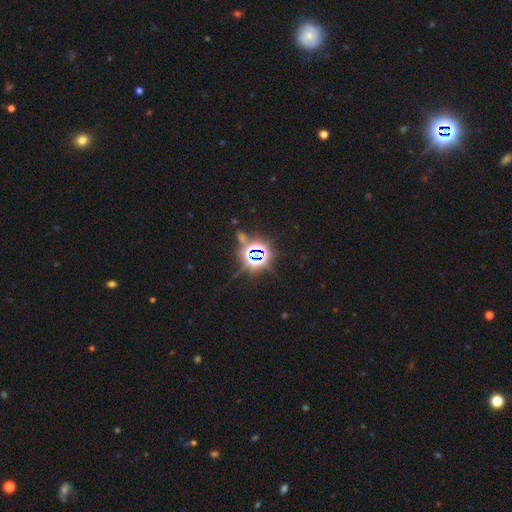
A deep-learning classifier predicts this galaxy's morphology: Smooth or featured: star or artifact — 83% (smooth — 10%)